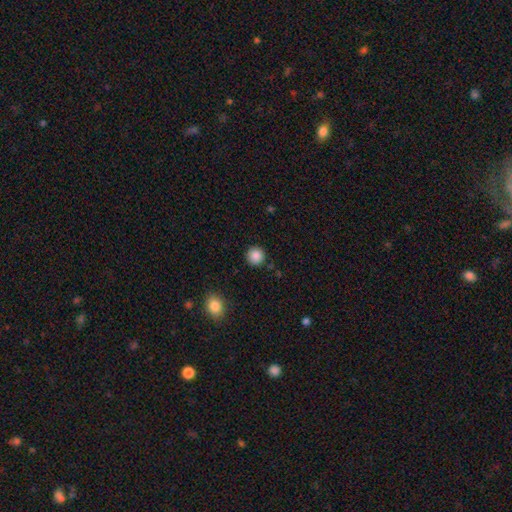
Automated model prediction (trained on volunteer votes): Smooth or featured: smooth — 87% (star or artifact — 10%)
How rounded: round — 95% (in between — 4%)
Merging: none — 91% (minor disturbance — 6%)